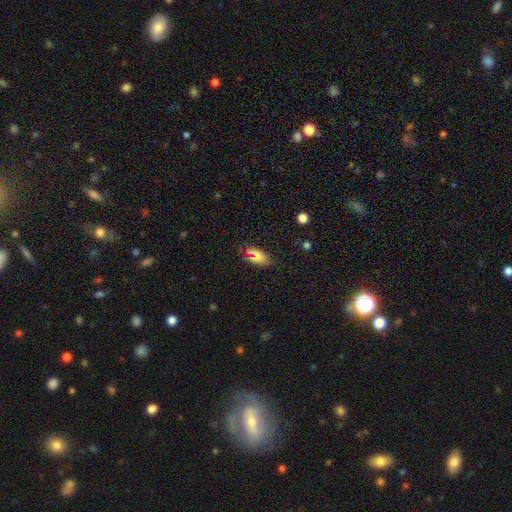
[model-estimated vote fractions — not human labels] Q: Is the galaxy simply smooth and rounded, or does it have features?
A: smooth — 71%.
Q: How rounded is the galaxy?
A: in between — 86%.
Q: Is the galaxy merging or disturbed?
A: none — 78%.